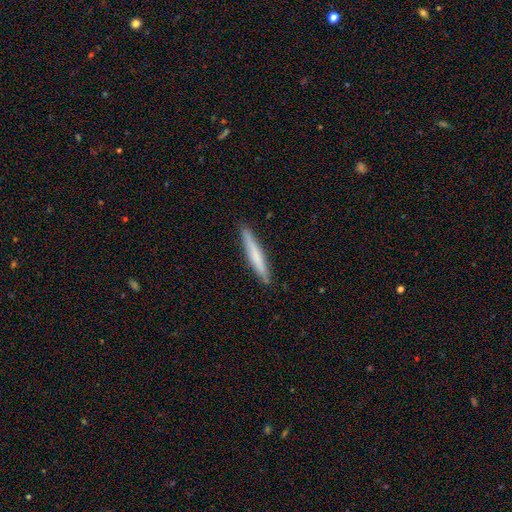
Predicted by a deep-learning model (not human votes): Smooth or featured: smooth — 65% (featured or disk — 29%)
How rounded: cigar-shaped — 96% (in between — 3%)
Merging: none — 90% (minor disturbance — 7%)